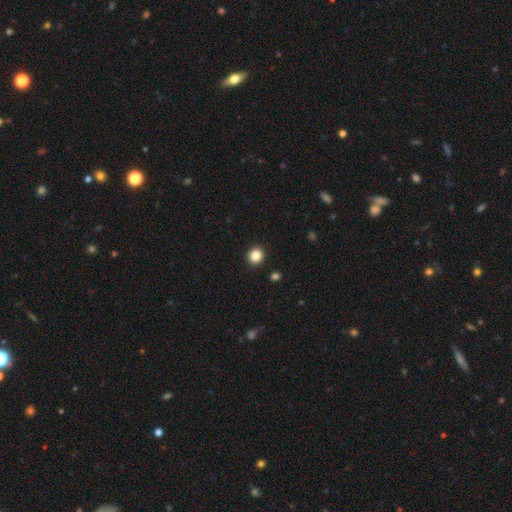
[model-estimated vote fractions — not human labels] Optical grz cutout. It shows a smooth galaxy with no disk features (86%) that is round (86%). Merging: none (92%).